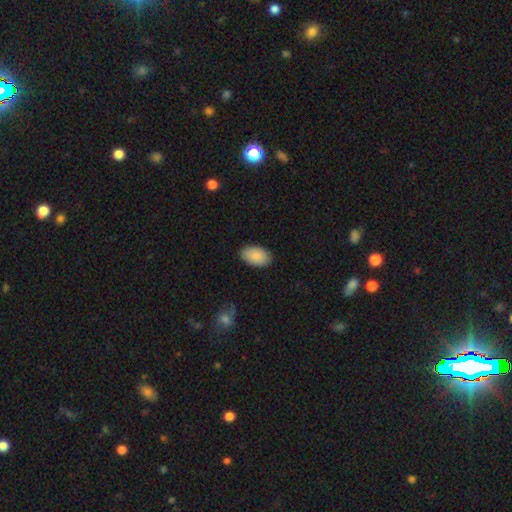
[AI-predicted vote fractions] This appears to be a smooth galaxy with no disk features (89%) that is in between round and cigar-shaped (94%). Merging: none (87%).